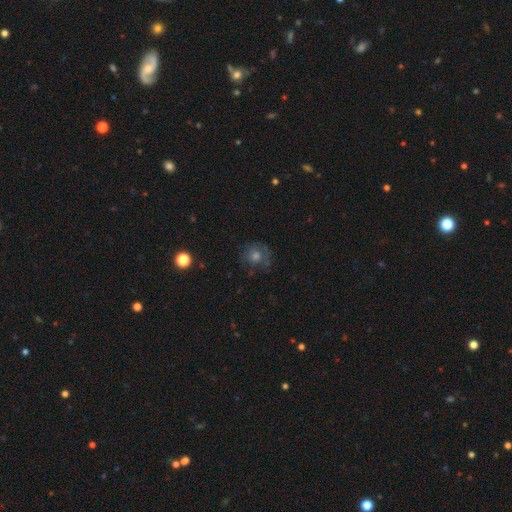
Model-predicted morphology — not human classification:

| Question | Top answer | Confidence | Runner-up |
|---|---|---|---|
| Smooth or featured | smooth | 50% | featured or disk (29%) |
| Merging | none | 68% | minor disturbance (19%) |